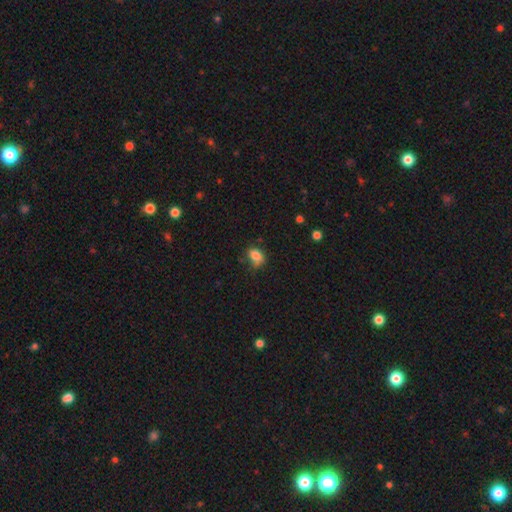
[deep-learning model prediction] Overall: smooth (82%). How rounded: in between (75%). Merging: none (55%; minor disturbance 31%).